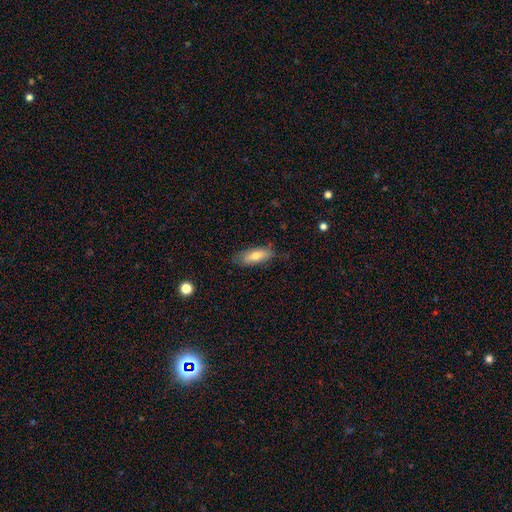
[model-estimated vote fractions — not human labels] This is likely a smooth galaxy (70%). How rounded: likely in between (66%). Merging: likely none (75%).